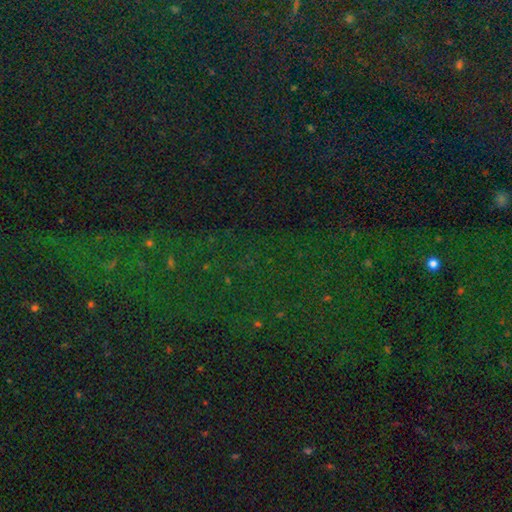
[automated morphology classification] Smooth or featured? star or artifact (82%)